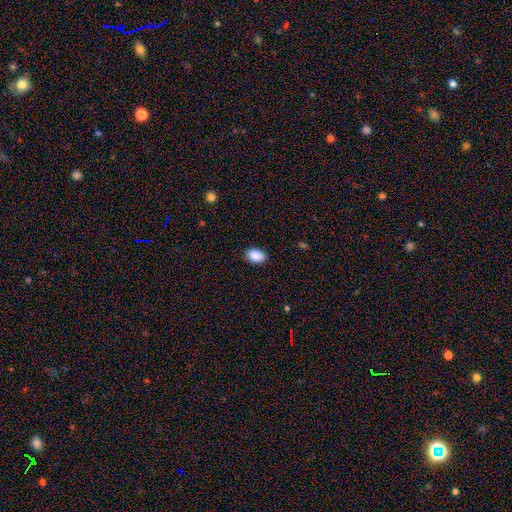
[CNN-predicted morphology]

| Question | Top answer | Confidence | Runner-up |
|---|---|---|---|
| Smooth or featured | smooth | 90% | star or artifact (7%) |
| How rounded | in between | 91% | round (8%) |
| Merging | none | 87% | minor disturbance (10%) |